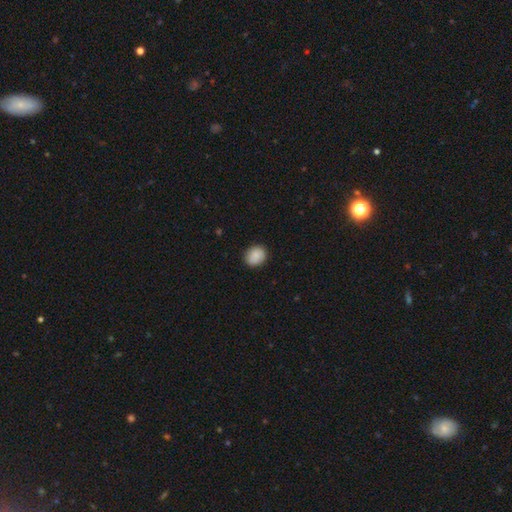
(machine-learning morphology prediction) smooth 87%, star or artifact 8%, featured or disk 5%. Down the decision tree: how rounded — round (72%); merging — none (87%).